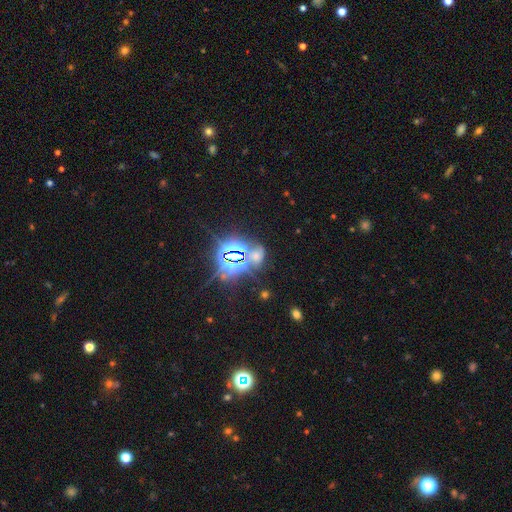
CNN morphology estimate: type=star or artifact (66%).